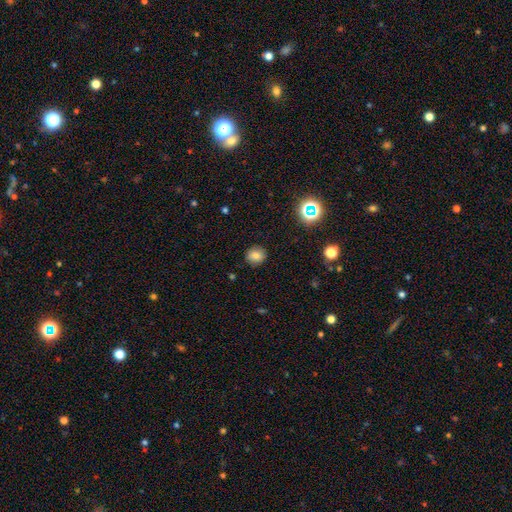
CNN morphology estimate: Q: Smooth or featured?
A: smooth (78%); runner-up: star or artifact (14%)
Q: How rounded?
A: round (81%); runner-up: in between (18%)
Q: Merging?
A: none (88%); runner-up: minor disturbance (8%)